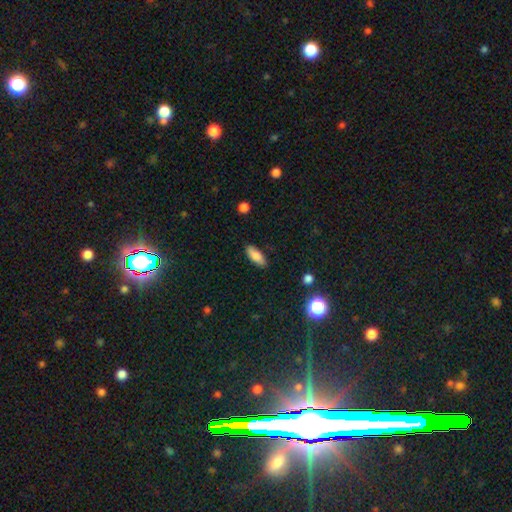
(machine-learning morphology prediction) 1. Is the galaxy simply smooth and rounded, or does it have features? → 83% smooth, 9% featured or disk, 7% star or artifact.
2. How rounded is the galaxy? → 71% in between, 27% cigar-shaped, 2% round.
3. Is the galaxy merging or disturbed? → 86% none, 10% minor disturbance, 2% major disturbance, 1% merger.